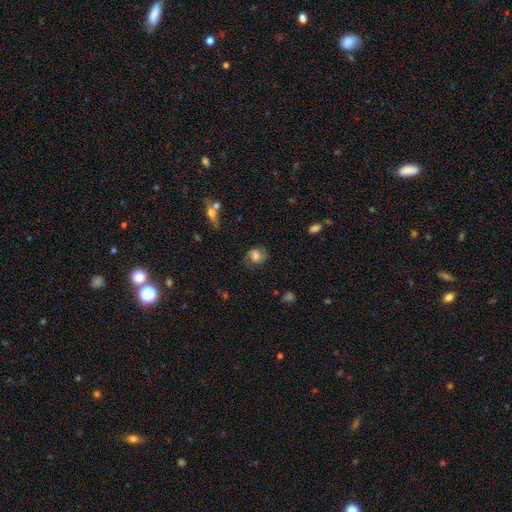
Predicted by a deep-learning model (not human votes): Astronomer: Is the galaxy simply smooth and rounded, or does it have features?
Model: smooth — 48% (runner-up: featured or disk, 43%).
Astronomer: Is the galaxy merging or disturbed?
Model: none — 73%.